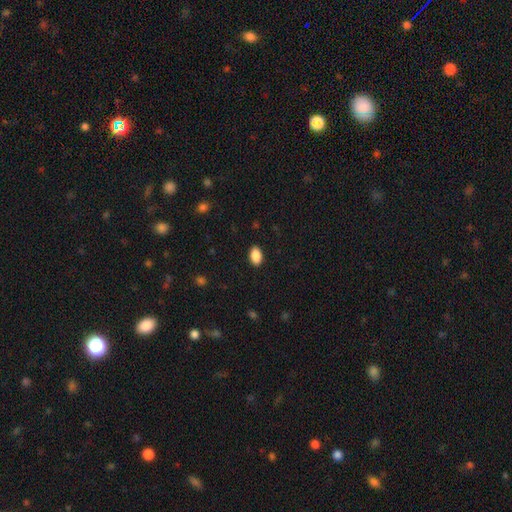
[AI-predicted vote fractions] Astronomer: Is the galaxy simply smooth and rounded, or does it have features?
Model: smooth — 89%.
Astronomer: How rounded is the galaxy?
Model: in between — 90%.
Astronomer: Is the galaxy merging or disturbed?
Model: none — 89%.